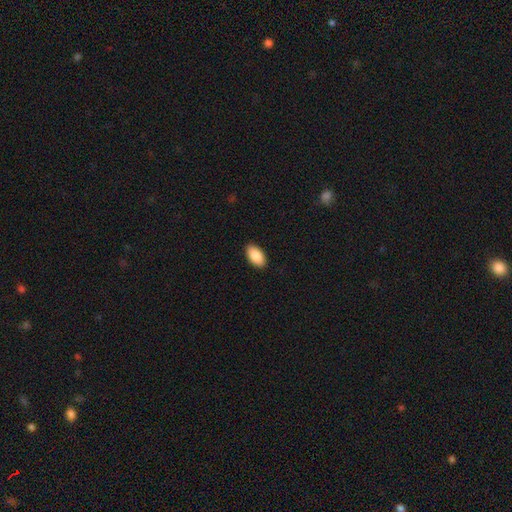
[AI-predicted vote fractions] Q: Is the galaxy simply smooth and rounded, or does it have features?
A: smooth — 89%.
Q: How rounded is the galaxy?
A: in between — 95%.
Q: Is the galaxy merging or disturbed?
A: none — 90%.